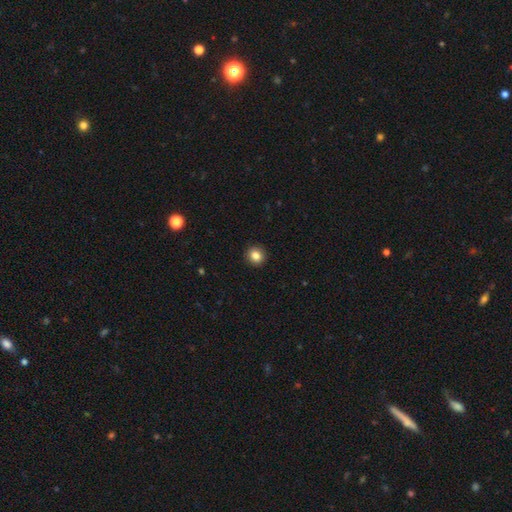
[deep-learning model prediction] A smooth galaxy with no disk features (85%) that is round (87%).

Vote fractions:
- Smooth or featured? smooth: 85% / star or artifact: 10% / featured or disk: 5%
- How rounded? round: 87% / in between: 12% / cigar-shaped: 1%
- Merging? none: 93% / minor disturbance: 5% / major disturbance: 2% / merger: 1%